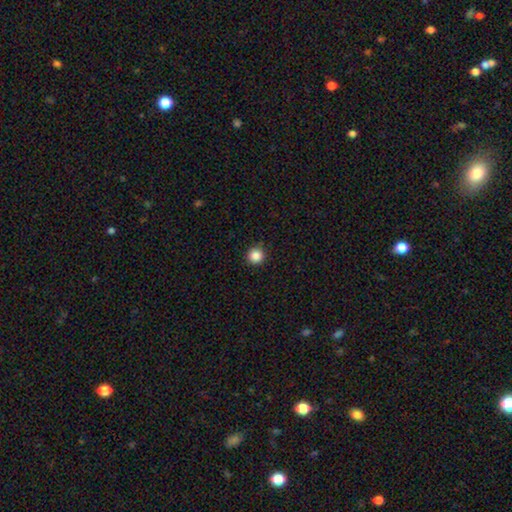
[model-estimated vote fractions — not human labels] Overall: smooth (86%). How rounded: round (96%). Merging: none (92%).